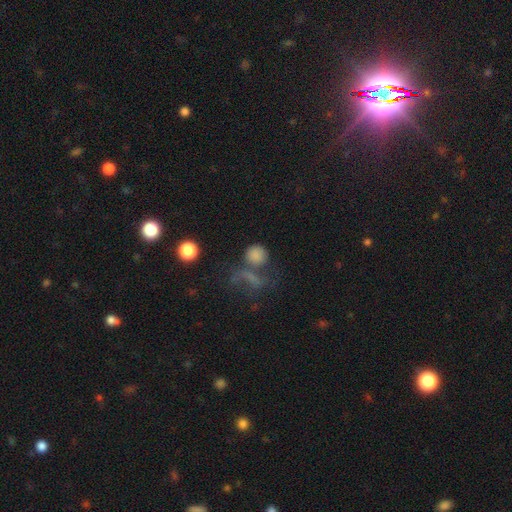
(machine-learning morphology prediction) Smooth or featured: smooth — 75% (star or artifact — 14%)
How rounded: round — 84% (in between — 14%)
Merging: none — 46% (merger — 27%)